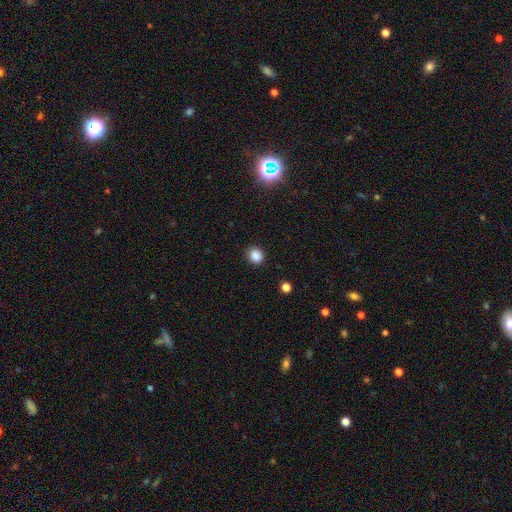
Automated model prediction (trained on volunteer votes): This is clearly a smooth galaxy (86%). How rounded: likely round (74%). Merging: clearly none (88%).